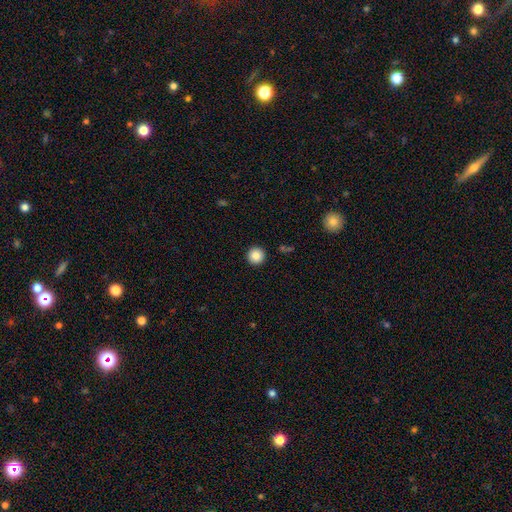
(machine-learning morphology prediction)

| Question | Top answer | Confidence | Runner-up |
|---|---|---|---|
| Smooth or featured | smooth | 87% | star or artifact (9%) |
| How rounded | round | 96% | in between (3%) |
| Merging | none | 93% | minor disturbance (4%) |